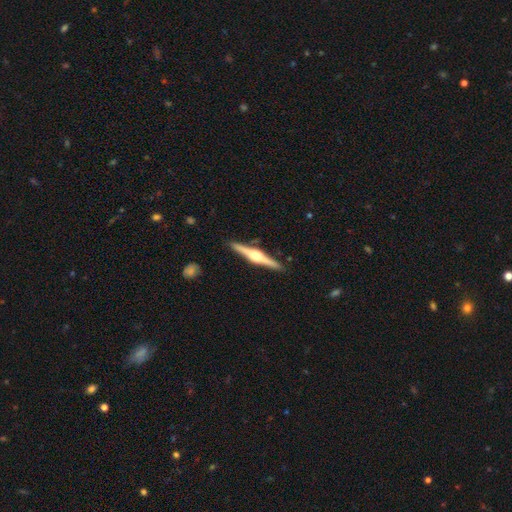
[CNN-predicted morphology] featured or disk 80%, smooth 15%, star or artifact 5%. Down the decision tree: edge-on disk — yes (98%); edge-on bulge — rounded (91%); merging — none (90%).